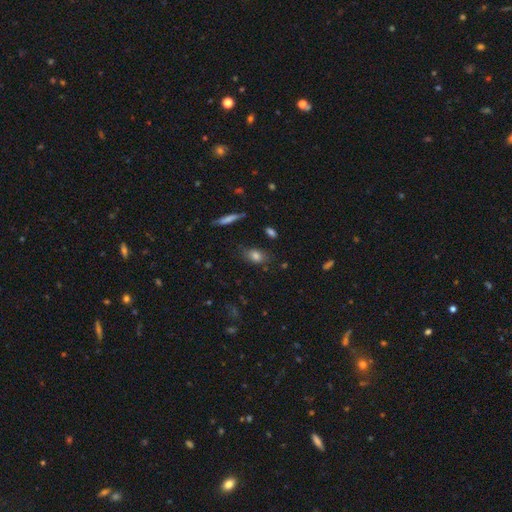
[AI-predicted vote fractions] The model was most divided on "merging": none: 74%, minor disturbance: 18%, major disturbance: 5%, merger: 3%. More confident: how rounded — in between (81%); smooth or featured — smooth (80%).